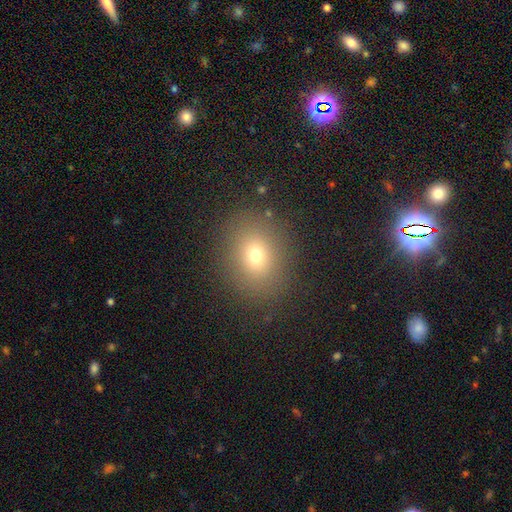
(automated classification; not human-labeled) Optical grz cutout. It shows a smooth galaxy with no disk features (71%) that is round (60%). Merging: none (86%).